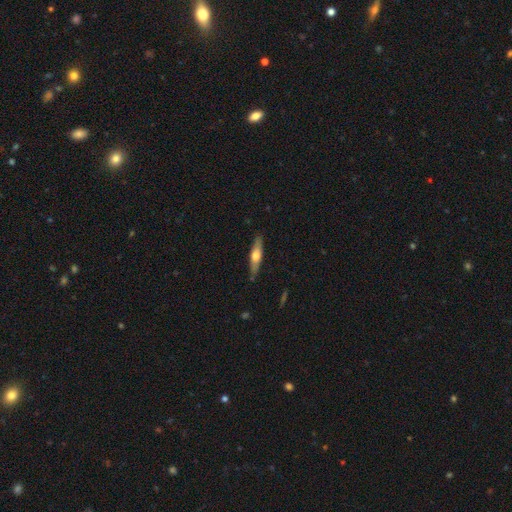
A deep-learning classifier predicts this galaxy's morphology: This is possibly a featured or disk galaxy (50%). It is clearly viewed edge-on (90%). Merging: clearly none (86%).